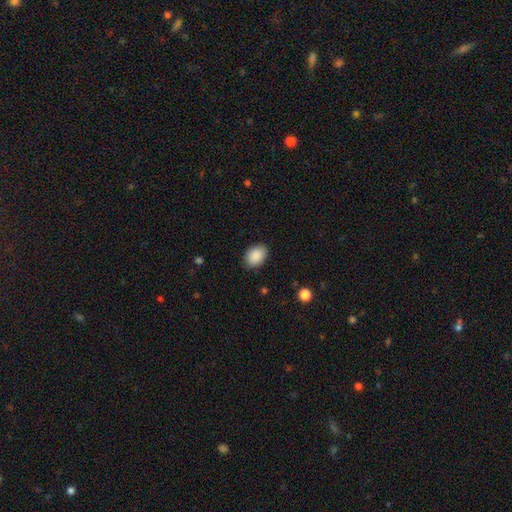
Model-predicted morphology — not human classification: smooth 89%, star or artifact 7%, featured or disk 3%. Down the decision tree: how rounded — in between (77%); merging — none (86%).